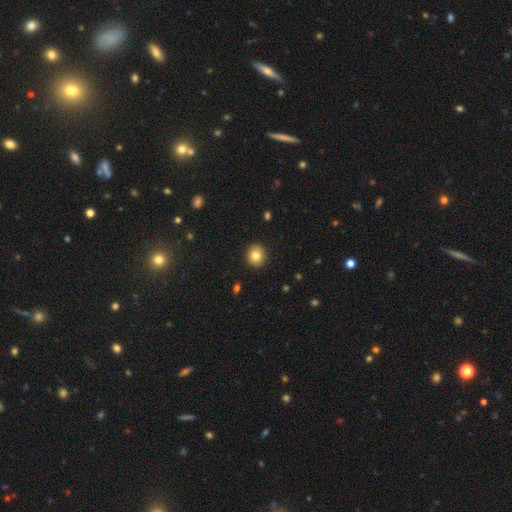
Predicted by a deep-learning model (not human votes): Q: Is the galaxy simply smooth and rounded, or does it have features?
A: smooth — 83%.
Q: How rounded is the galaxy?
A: round — 86%.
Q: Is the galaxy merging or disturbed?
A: none — 92%.